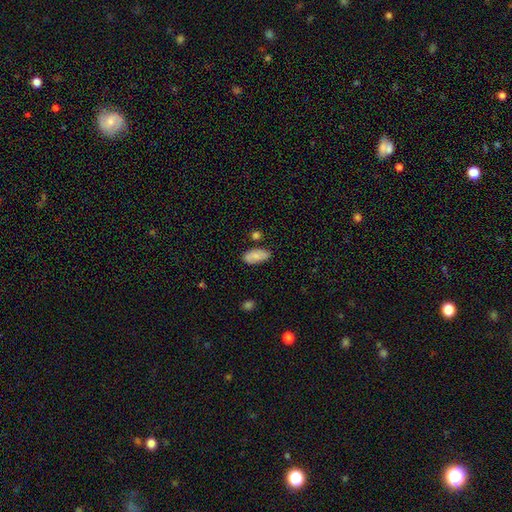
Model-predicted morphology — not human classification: Overall: smooth (77%). How rounded: in between (91%). Merging: none (74%).